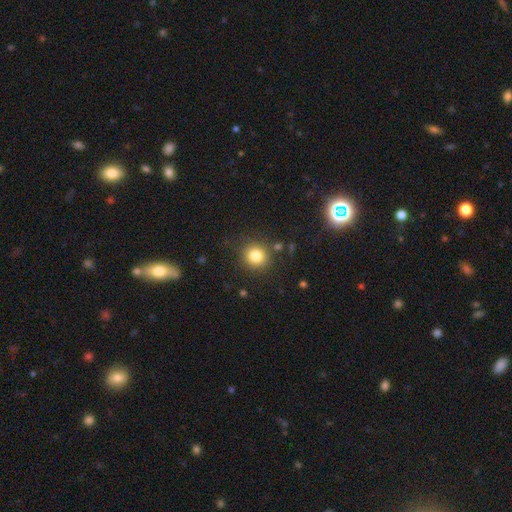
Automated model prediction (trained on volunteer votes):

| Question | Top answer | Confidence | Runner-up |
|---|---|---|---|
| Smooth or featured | smooth | 81% | star or artifact (12%) |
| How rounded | round | 89% | in between (10%) |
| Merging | none | 85% | minor disturbance (9%) |